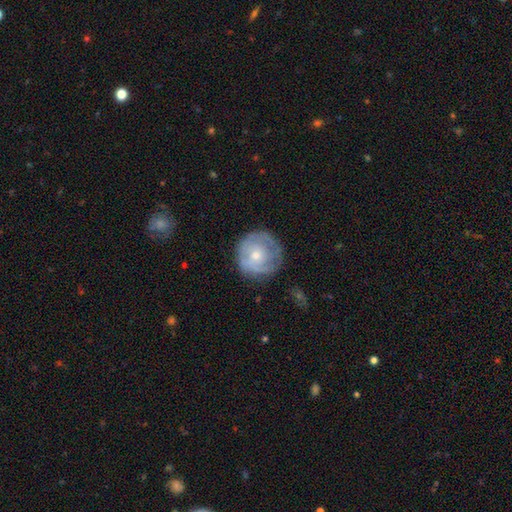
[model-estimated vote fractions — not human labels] Smooth or featured?
  - featured or disk: 57% *
  - smooth: 36%
  - star or artifact: 6%
Edge-on disk?
  - no: 97% *
  - yes: 3%
Bar?
  - no: 82% *
  - weak: 16%
  - strong: 2%
Spiral arms?
  - yes: 68% *
  - no: 32%
Bulge size?
  - small: 52% *
  - moderate: 43%
  - large: 2%
  - none: 2%
  - dominant: 1%
Merging?
  - none: 73% *
  - minor disturbance: 18%
  - major disturbance: 7%
  - merger: 1%